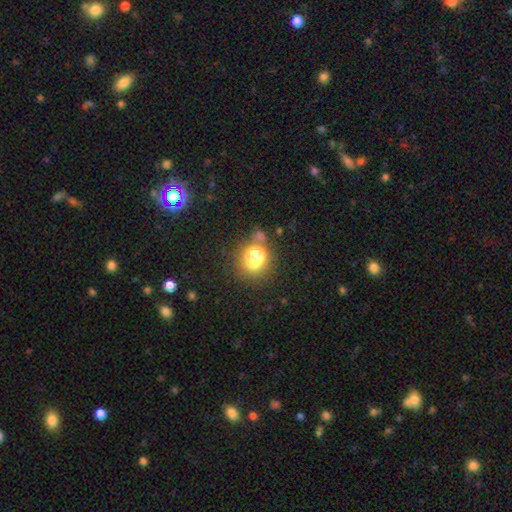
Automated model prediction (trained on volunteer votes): A smooth galaxy with no disk features (63%) that is round (57%).

Vote fractions:
- Smooth or featured? smooth: 63% / star or artifact: 28% / featured or disk: 9%
- How rounded? round: 57% / in between: 41% / cigar-shaped: 2%
- Merging? none: 77% / minor disturbance: 11% / merger: 7% / major disturbance: 4%